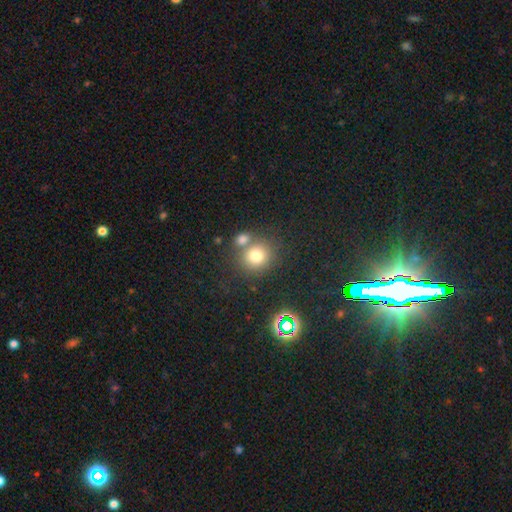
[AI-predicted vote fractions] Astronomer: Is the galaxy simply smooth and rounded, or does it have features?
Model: smooth — 77%.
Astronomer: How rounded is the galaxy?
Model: round — 82%.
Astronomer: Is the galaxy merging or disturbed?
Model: none — 58%.